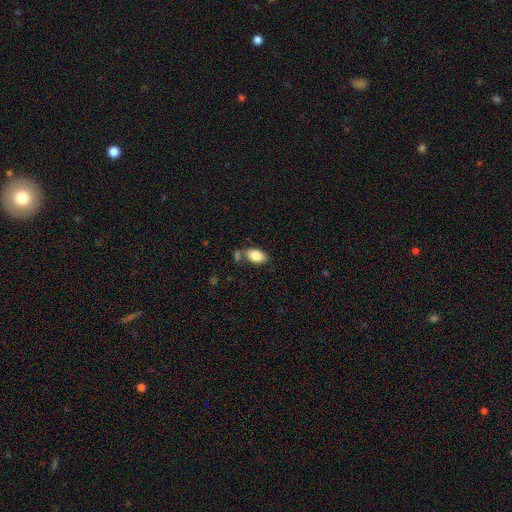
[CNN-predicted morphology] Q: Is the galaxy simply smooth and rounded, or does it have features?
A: smooth — 84%.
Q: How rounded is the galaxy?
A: in between — 92%.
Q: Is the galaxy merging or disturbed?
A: none — 66%.